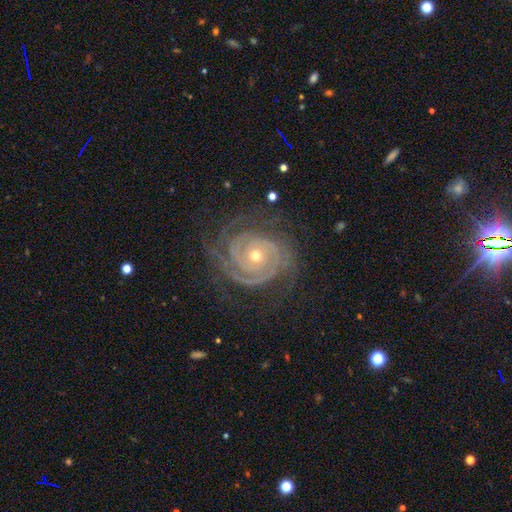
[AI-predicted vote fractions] A featured or disk galaxy (91%) with no bar (74%), 2 (39%) tight (83%) spiral arms (98%) and a small central bulge (56%).

Vote fractions:
- Smooth or featured? featured or disk: 91% / star or artifact: 6% / smooth: 3%
- Edge-on disk? no: 97% / yes: 3%
- Bar? no: 74% / weak: 18% / strong: 9%
- Spiral arms? yes: 98% / no: 2%
- Spiral winding? tight: 83% / medium: 15% / loose: 2%
- Spiral arm count? 2: 39% / 3: 27% / can't tell: 13% / 4: 9% / more than 4: 6% / 1: 5%
- Bulge size? small: 56% / moderate: 42% / large: 1% / none: 1% / dominant: 1%
- Merging? none: 75% / minor disturbance: 16% / major disturbance: 7% / merger: 1%